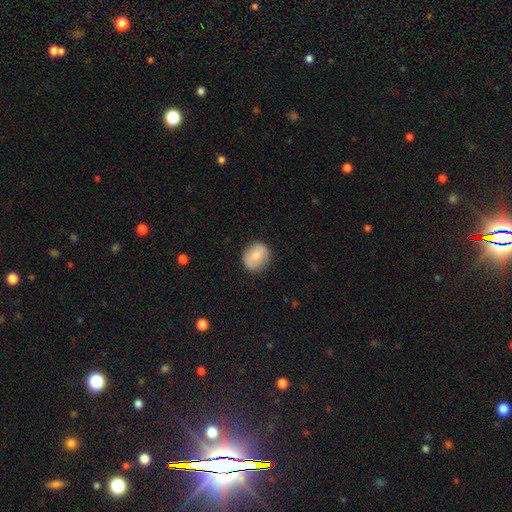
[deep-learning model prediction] smooth 72%, featured or disk 20%, star or artifact 7%. Down the decision tree: how rounded — round (76%); merging — none (85%).